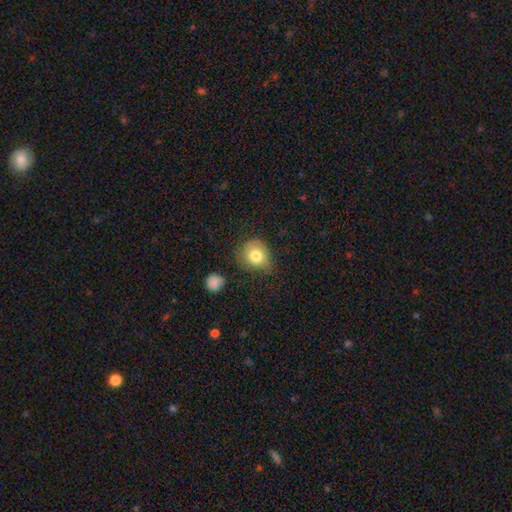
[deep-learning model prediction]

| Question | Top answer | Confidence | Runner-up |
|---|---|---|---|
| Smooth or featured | smooth | 80% | featured or disk (11%) |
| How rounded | round | 79% | in between (21%) |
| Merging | none | 67% | minor disturbance (23%) |